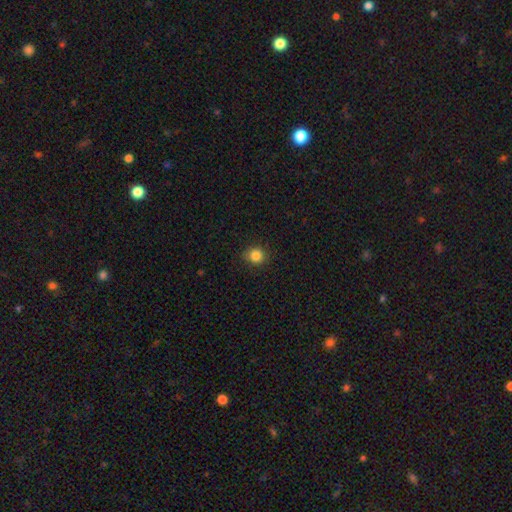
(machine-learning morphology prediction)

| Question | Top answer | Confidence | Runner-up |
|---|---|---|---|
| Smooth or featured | smooth | 85% | star or artifact (11%) |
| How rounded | round | 86% | in between (13%) |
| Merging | none | 86% | minor disturbance (10%) |